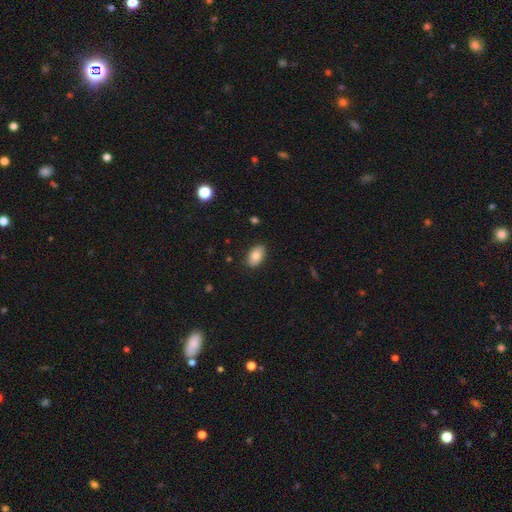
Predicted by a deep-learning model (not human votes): Q: Smooth or featured?
A: smooth (81%); runner-up: featured or disk (11%)
Q: How rounded?
A: in between (91%); runner-up: round (8%)
Q: Merging?
A: none (86%); runner-up: minor disturbance (11%)